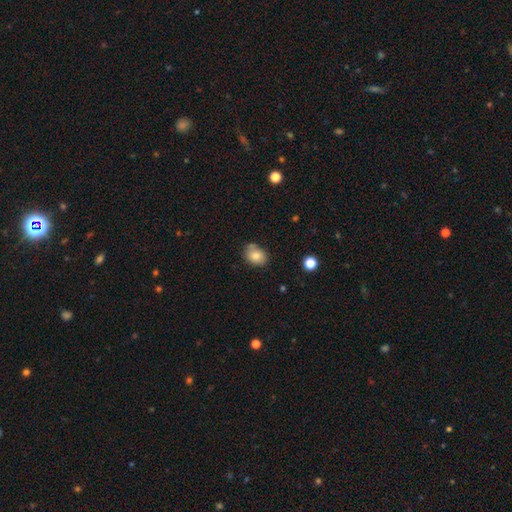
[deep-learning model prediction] This is clearly a smooth galaxy (81%). How rounded: likely in between (65%). Merging: likely none (70%).